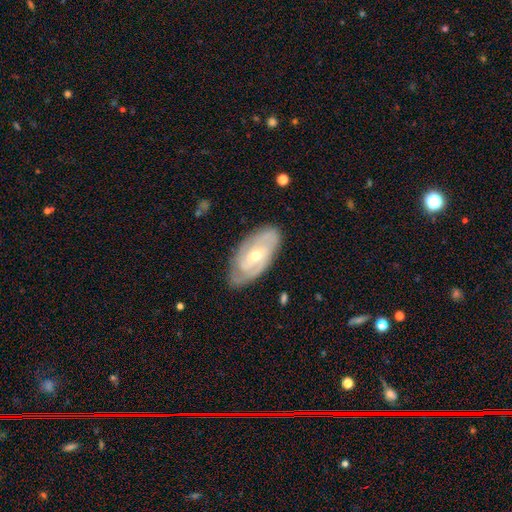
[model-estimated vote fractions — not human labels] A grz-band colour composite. It shows a featured or disk galaxy (78%) with no bar (50%), 2 (47%) tight (56%) spiral arms (88%) and a small central bulge (53%). Merging: none (75%).